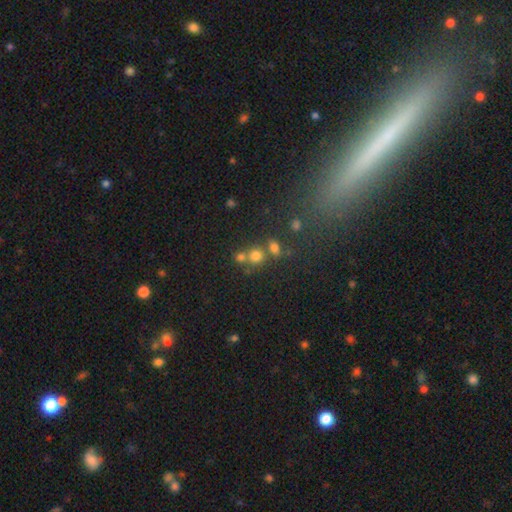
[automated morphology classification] Smooth or featured? smooth (70%)
How rounded? round (84%)
Merging? none (53%)